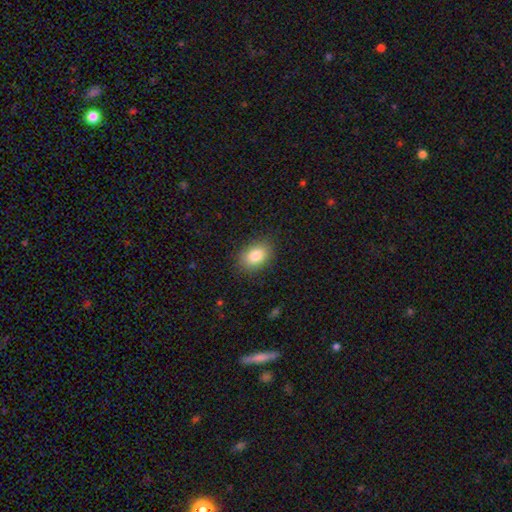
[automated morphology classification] Smooth or featured?
  - smooth: 83% *
  - star or artifact: 9%
  - featured or disk: 8%
How rounded?
  - in between: 79% *
  - round: 20%
  - cigar-shaped: 1%
Merging?
  - none: 86% *
  - minor disturbance: 11%
  - major disturbance: 3%
  - merger: 1%